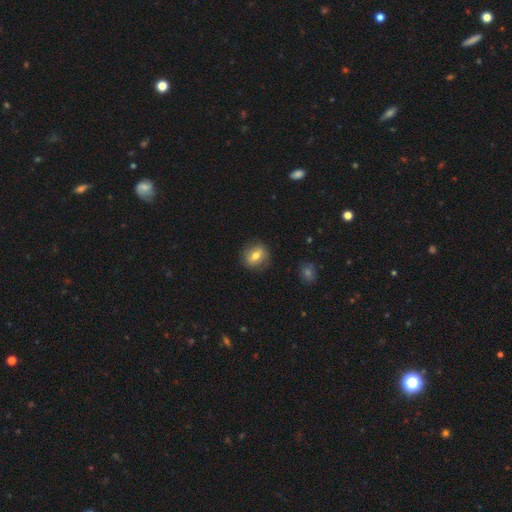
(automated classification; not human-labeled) smooth_or_featured: smooth (p=0.64) [alt: featured or disk p=0.27]
how_rounded: round (p=0.67) [alt: in between p=0.31]
merging: none (p=0.84) [alt: minor disturbance p=0.12]